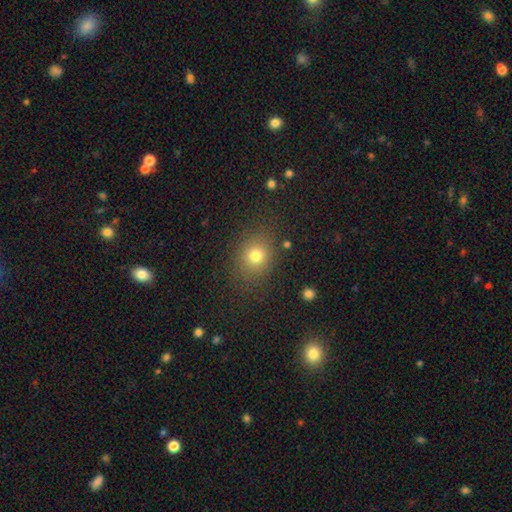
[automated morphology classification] A smooth galaxy with no disk features (75%) that is round (62%).

Vote fractions:
- Smooth or featured? smooth: 75% / star or artifact: 16% / featured or disk: 9%
- How rounded? round: 62% / in between: 37% / cigar-shaped: 1%
- Merging? none: 82% / minor disturbance: 11% / major disturbance: 5% / merger: 2%